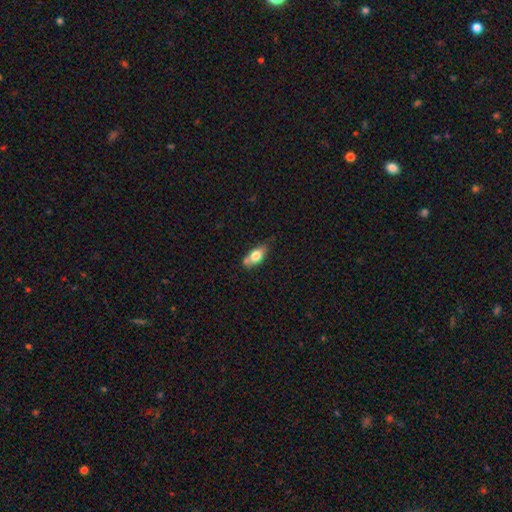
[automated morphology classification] smooth 73%, featured or disk 20%, star or artifact 7%. Down the decision tree: how rounded — in between (84%); merging — none (52%).